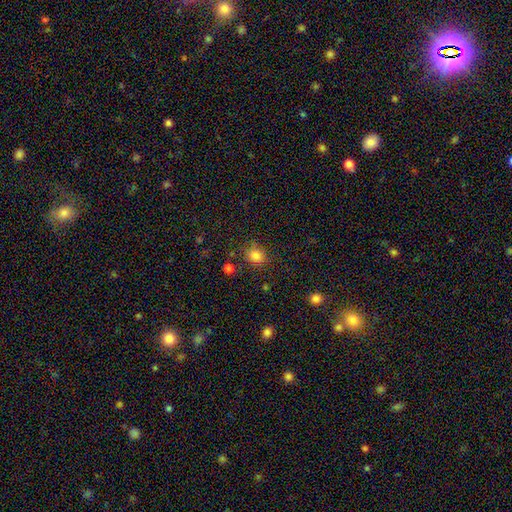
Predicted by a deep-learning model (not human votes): Morphology: type=smooth (81%); roundness=round (61%); merging=none (76%).